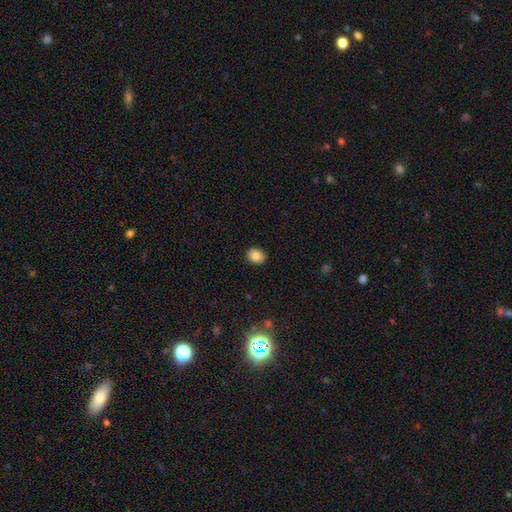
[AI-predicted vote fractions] Smooth or featured? smooth (82%)
How rounded? round (55%)
Merging? none (89%)